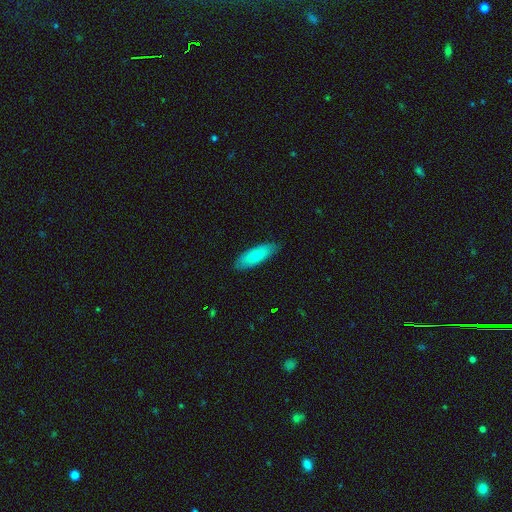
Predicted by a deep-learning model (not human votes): smooth 74%, featured or disk 20%, star or artifact 6%. Down the decision tree: how rounded — in between (57%); merging — none (85%).